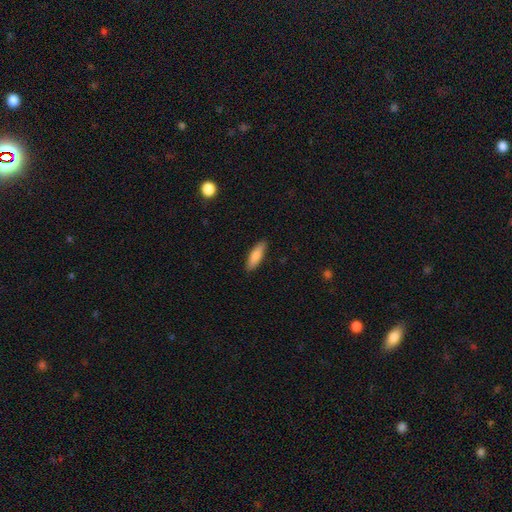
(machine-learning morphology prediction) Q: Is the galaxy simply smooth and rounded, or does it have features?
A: smooth — 83%.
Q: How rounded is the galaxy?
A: cigar-shaped — 55%.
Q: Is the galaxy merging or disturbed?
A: none — 88%.